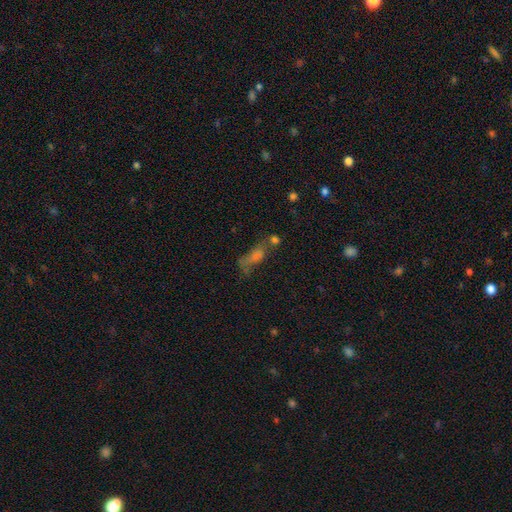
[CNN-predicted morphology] Overall: smooth (56%; featured or disk 24%). How rounded: in between (57%; cigar-shaped 36%). Merging: none (33%; major disturbance 24%).